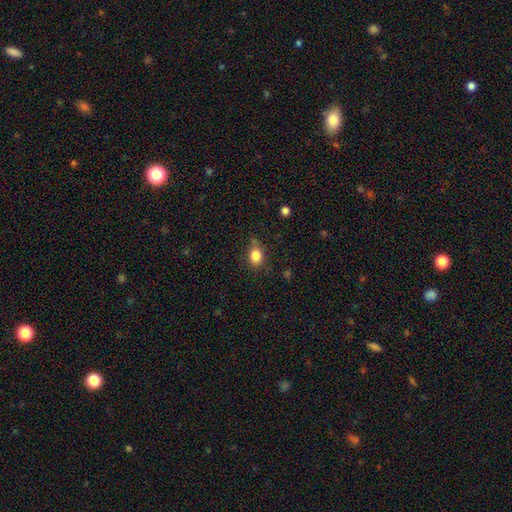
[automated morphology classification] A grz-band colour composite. It shows a smooth galaxy with no disk features (84%) that is round (50%). Merging: none (71%).